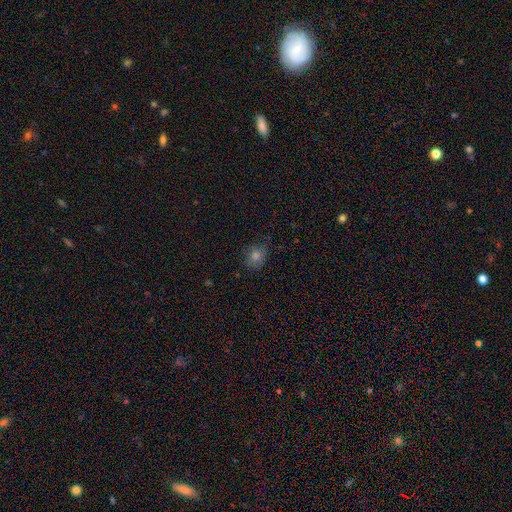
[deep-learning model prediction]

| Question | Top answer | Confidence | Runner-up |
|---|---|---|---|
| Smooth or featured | smooth | 73% | star or artifact (18%) |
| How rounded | round | 69% | in between (30%) |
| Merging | none | 78% | minor disturbance (17%) |